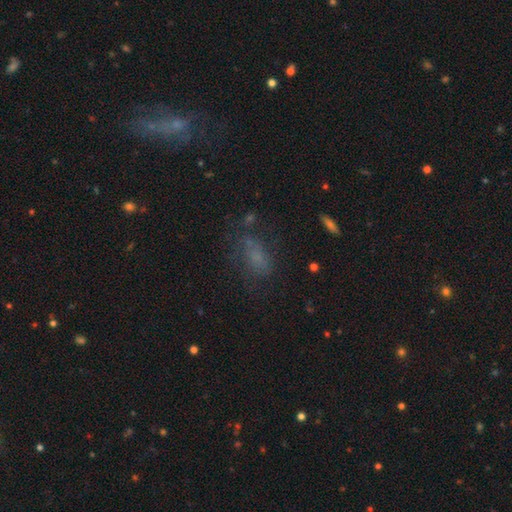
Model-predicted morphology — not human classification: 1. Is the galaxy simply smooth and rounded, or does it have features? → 57% smooth, 23% star or artifact, 20% featured or disk.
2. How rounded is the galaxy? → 80% in between, 11% round, 9% cigar-shaped.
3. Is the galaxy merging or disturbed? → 53% none, 22% minor disturbance, 20% major disturbance, 5% merger.